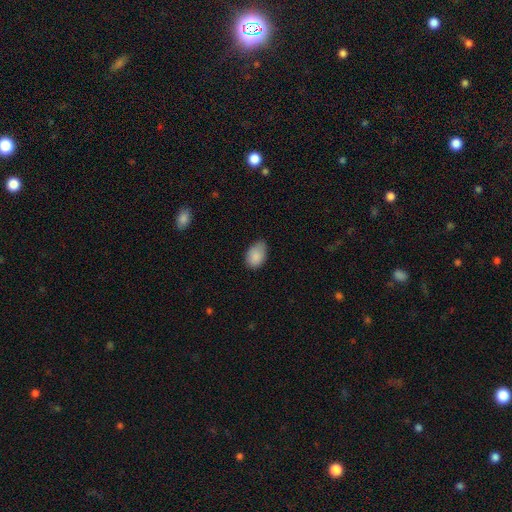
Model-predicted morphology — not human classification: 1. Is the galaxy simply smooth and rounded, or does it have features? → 87% smooth, 7% star or artifact, 6% featured or disk.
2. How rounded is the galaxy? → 87% in between, 12% round, 1% cigar-shaped.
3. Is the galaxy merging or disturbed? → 56% none, 36% minor disturbance, 6% major disturbance, 2% merger.